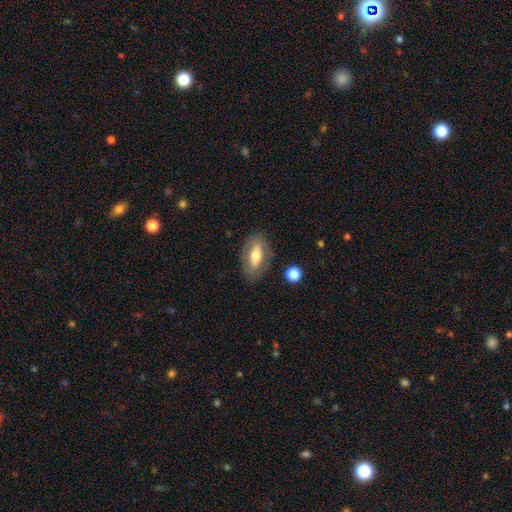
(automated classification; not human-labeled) smooth_or_featured: smooth (p=0.54) [alt: featured or disk p=0.39]
how_rounded: in between (p=0.85) [alt: cigar-shaped p=0.10]
merging: none (p=0.79) [alt: minor disturbance p=0.14]